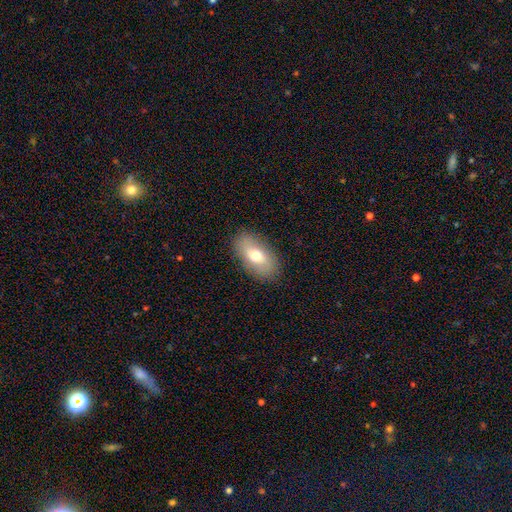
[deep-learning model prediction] Morphology: type=smooth (66%); roundness=in between (90%); merging=none (86%).